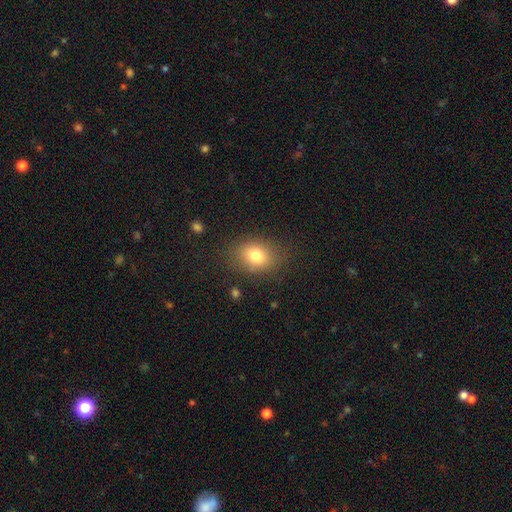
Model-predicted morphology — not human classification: smooth_or_featured: smooth (p=0.78) [alt: star or artifact p=0.11]
how_rounded: in between (p=0.63) [alt: round p=0.36]
merging: none (p=0.80) [alt: minor disturbance p=0.13]